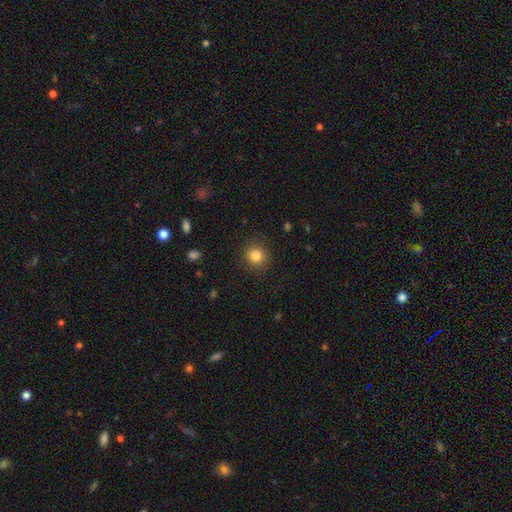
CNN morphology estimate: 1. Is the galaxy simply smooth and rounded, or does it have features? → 83% smooth, 11% star or artifact, 6% featured or disk.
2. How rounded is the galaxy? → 90% round, 9% in between, 1% cigar-shaped.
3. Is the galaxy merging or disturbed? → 88% none, 8% minor disturbance, 3% major disturbance, 1% merger.